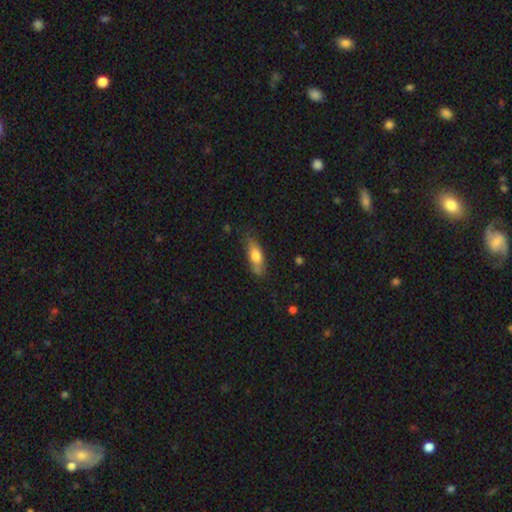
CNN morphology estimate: Overall: smooth (69%). How rounded: in between (63%; cigar-shaped 34%). Merging: none (70%).